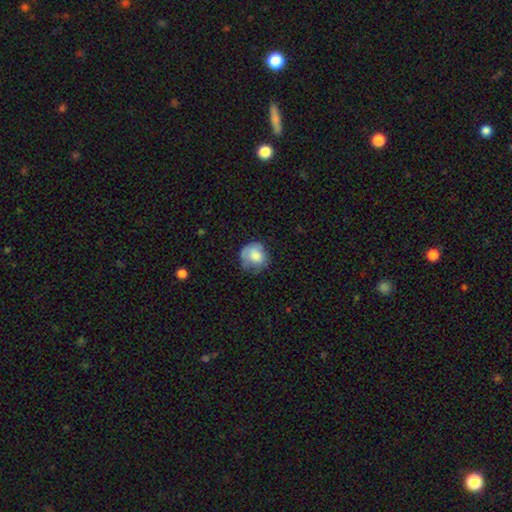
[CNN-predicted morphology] This is likely a smooth galaxy (74%). How rounded: clearly round (80%). Merging: possibly none (56%).